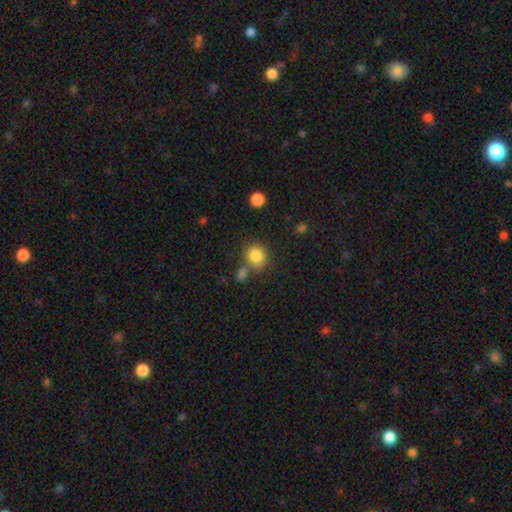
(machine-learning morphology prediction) The model was most divided on "merging": none: 63%, merger: 19%, minor disturbance: 13%, major disturbance: 5%. More confident: smooth or featured — smooth (84%); how rounded — round (80%).